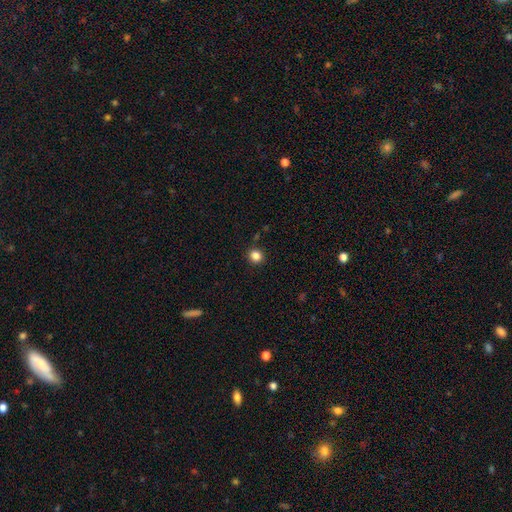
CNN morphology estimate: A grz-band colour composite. It shows a smooth galaxy with no disk features (84%) that is round (88%). Merging: none (90%).